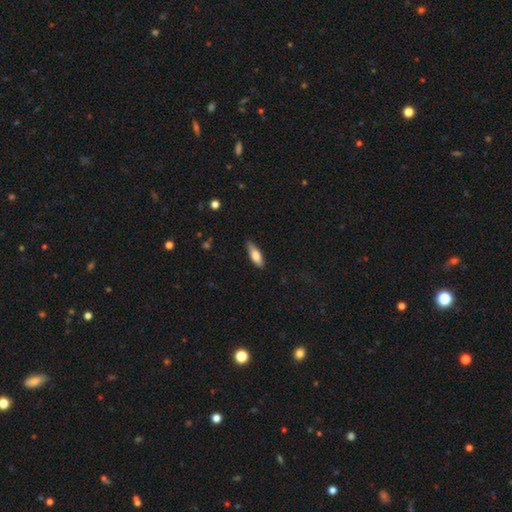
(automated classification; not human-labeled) This appears to be a smooth galaxy with no disk features (72%) that is in between round and cigar-shaped (57%). Merging: none (81%).